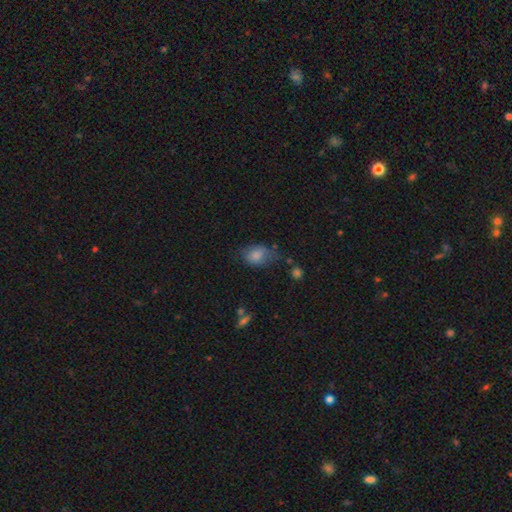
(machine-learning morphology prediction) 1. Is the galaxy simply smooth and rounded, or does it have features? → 77% smooth, 13% featured or disk, 10% star or artifact.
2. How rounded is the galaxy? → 75% in between, 24% round, 2% cigar-shaped.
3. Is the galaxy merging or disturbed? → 48% none, 34% minor disturbance, 13% major disturbance, 4% merger.